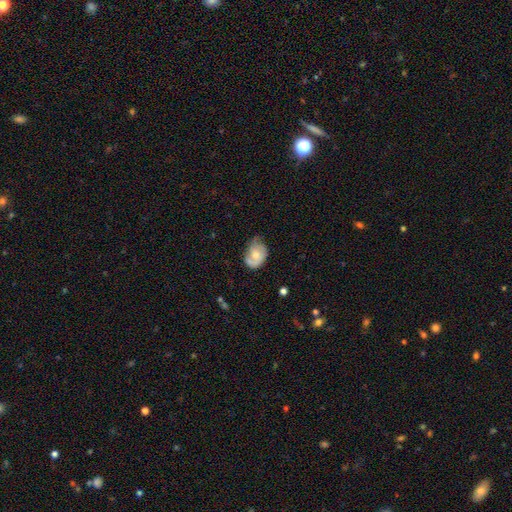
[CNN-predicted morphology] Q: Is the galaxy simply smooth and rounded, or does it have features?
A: featured or disk — 52%.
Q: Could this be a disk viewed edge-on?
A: no — 96%.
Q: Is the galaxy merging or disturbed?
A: none — 45%.